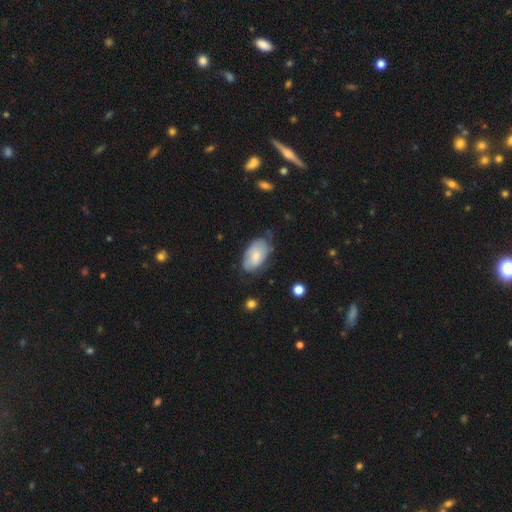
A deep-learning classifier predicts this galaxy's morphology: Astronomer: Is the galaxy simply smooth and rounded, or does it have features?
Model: smooth — 63%.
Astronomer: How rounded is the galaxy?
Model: in between — 94%.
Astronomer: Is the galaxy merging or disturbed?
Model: none — 54% (runner-up: minor disturbance, 34%).